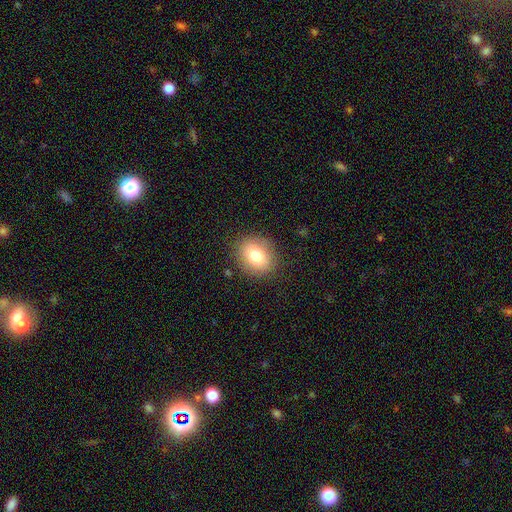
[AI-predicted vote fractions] smooth_or_featured: smooth (p=0.78) [alt: featured or disk p=0.12]
how_rounded: round (p=0.52) [alt: in between p=0.47]
merging: none (p=0.84) [alt: minor disturbance p=0.11]